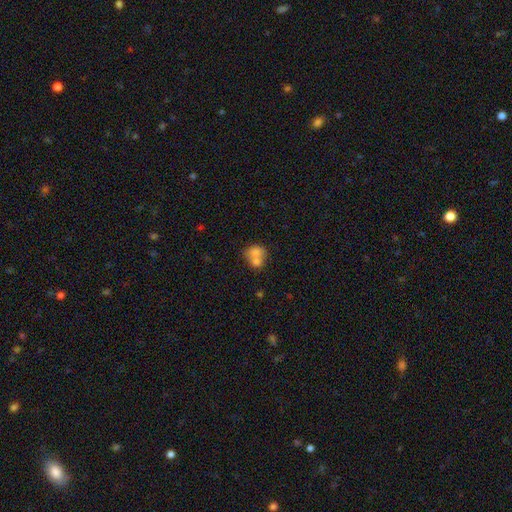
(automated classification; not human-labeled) Morphology: type=smooth (71%); roundness=round (55%); merging=merger (61%).